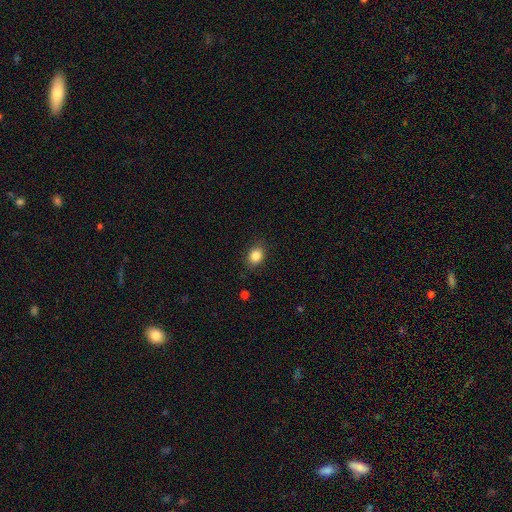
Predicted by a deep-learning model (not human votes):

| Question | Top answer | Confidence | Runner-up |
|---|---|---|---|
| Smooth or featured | smooth | 84% | star or artifact (10%) |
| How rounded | round | 50% | in between (49%) |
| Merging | none | 87% | minor disturbance (10%) |